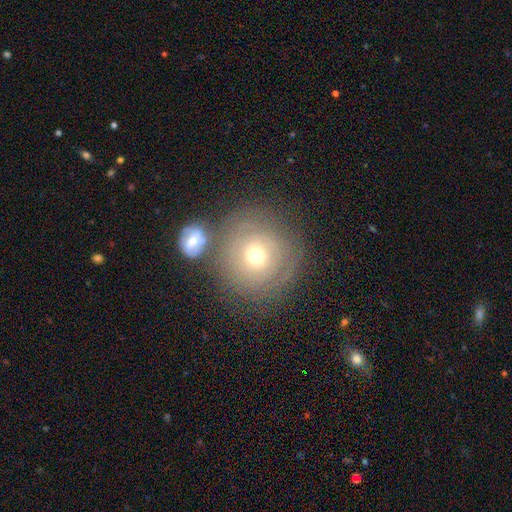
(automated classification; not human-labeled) Smooth or featured?
  - smooth: 50% *
  - featured or disk: 40%
  - star or artifact: 10%
How rounded?
  - round: 90% *
  - in between: 9%
  - cigar-shaped: 1%
Merging?
  - none: 63% *
  - merger: 17%
  - minor disturbance: 13%
  - major disturbance: 7%